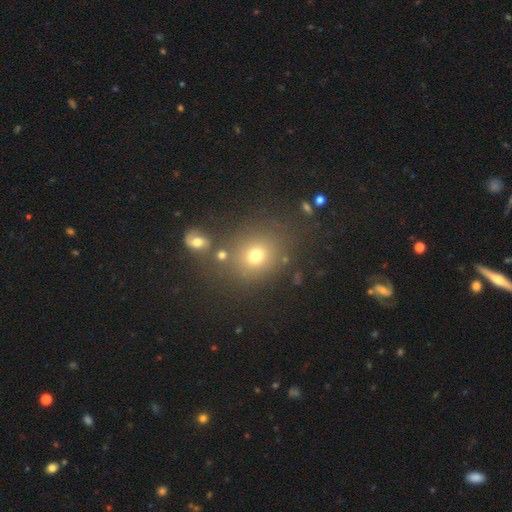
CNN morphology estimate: The model was most divided on "how rounded": round: 75%, in between: 24%, cigar-shaped: 1%. More confident: merging — none (74%); smooth or featured — smooth (70%).